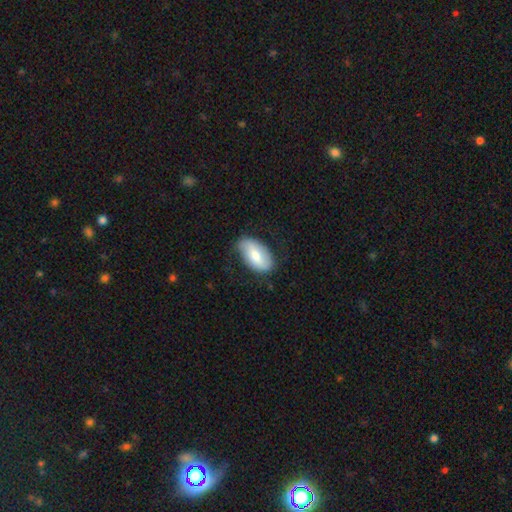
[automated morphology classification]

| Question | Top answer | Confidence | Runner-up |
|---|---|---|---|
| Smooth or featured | smooth | 68% | featured or disk (26%) |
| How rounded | in between | 94% | round (3%) |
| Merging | none | 72% | minor disturbance (22%) |